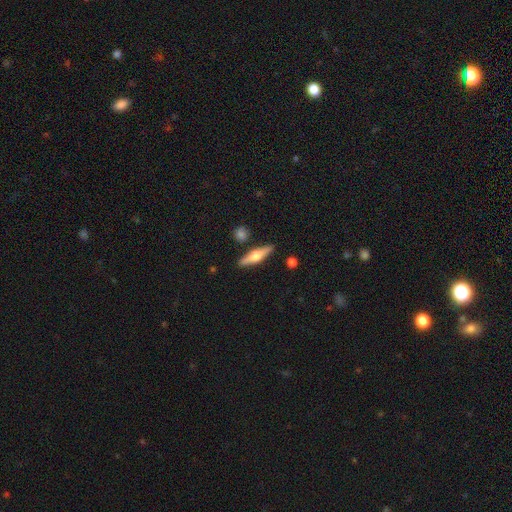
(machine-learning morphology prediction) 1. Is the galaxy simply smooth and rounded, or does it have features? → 54% featured or disk, 40% smooth, 6% star or artifact.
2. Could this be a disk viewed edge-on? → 94% yes, 6% no.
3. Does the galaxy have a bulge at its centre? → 91% rounded, 5% boxy, 3% none.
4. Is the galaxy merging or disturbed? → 87% none, 8% minor disturbance, 3% merger, 2% major disturbance.